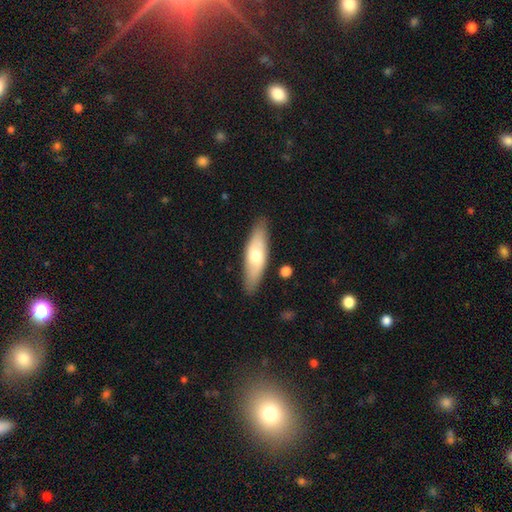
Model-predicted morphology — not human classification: Smooth or featured: smooth — 54% (featured or disk — 40%)
How rounded: in between — 53% (cigar-shaped — 45%)
Merging: none — 85% (minor disturbance — 11%)